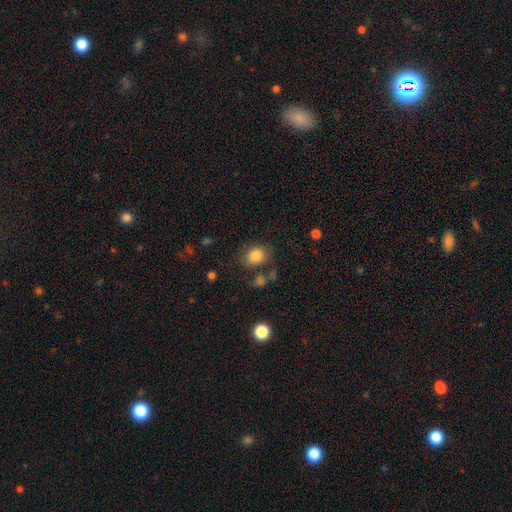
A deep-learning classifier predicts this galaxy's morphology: Smooth or featured?
  - smooth: 83% *
  - star or artifact: 9%
  - featured or disk: 8%
How rounded?
  - round: 51% *
  - in between: 48%
  - cigar-shaped: 1%
Merging?
  - none: 70% *
  - minor disturbance: 17%
  - major disturbance: 7%
  - merger: 6%